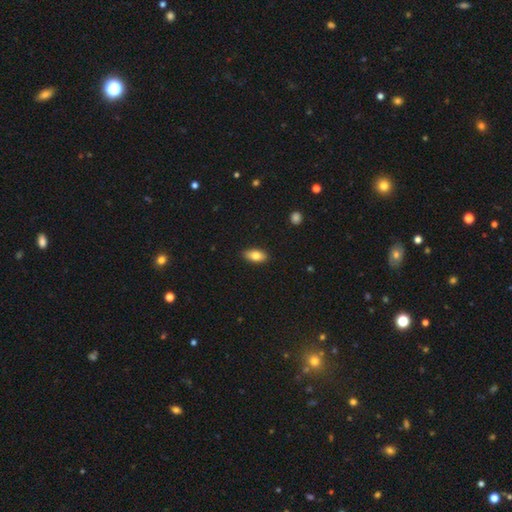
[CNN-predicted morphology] A smooth galaxy with no disk features (79%) that is in between round and cigar-shaped (88%).

Vote fractions:
- Smooth or featured? smooth: 79% / featured or disk: 14% / star or artifact: 7%
- How rounded? in between: 88% / cigar-shaped: 8% / round: 4%
- Merging? none: 88% / minor disturbance: 9% / major disturbance: 2% / merger: 1%